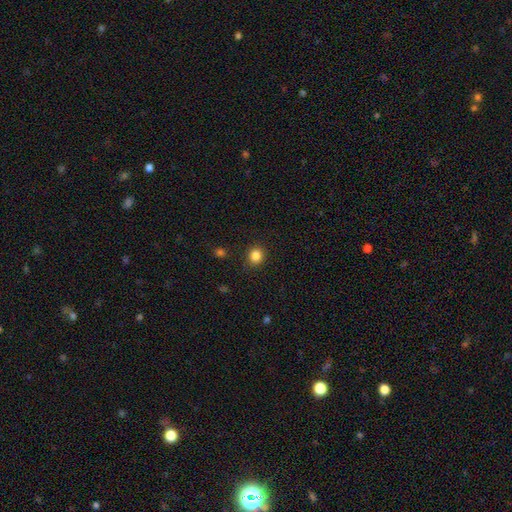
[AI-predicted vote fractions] smooth_or_featured: smooth (p=0.84) [alt: star or artifact p=0.11]
how_rounded: round (p=0.82) [alt: in between p=0.17]
merging: none (p=0.89) [alt: minor disturbance p=0.07]